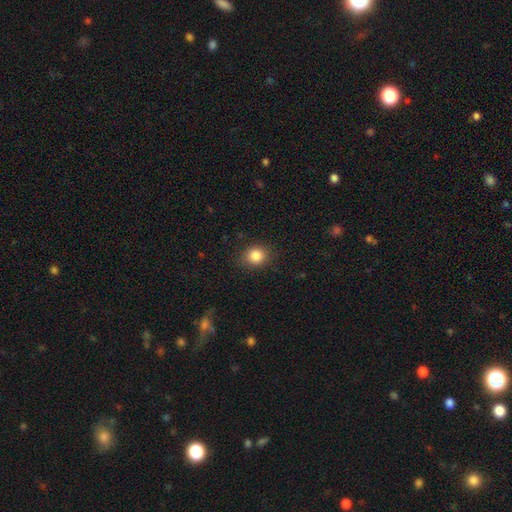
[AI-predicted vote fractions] This is clearly a smooth galaxy (84%). How rounded: likely round (73%). Merging: clearly none (87%).